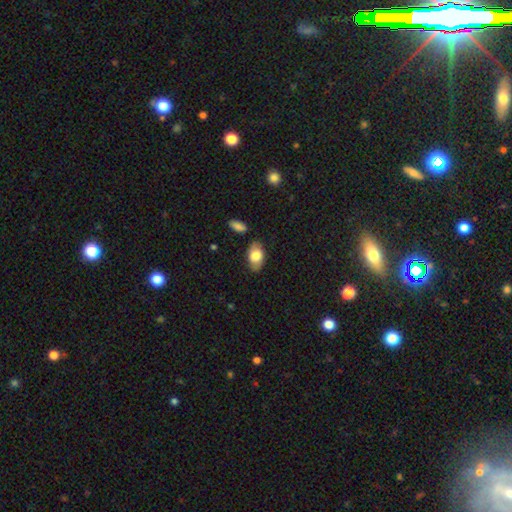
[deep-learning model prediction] smooth_or_featured: smooth (p=0.73) [alt: featured or disk p=0.20]
how_rounded: in between (p=0.92) [alt: round p=0.06]
merging: none (p=0.80) [alt: minor disturbance p=0.15]